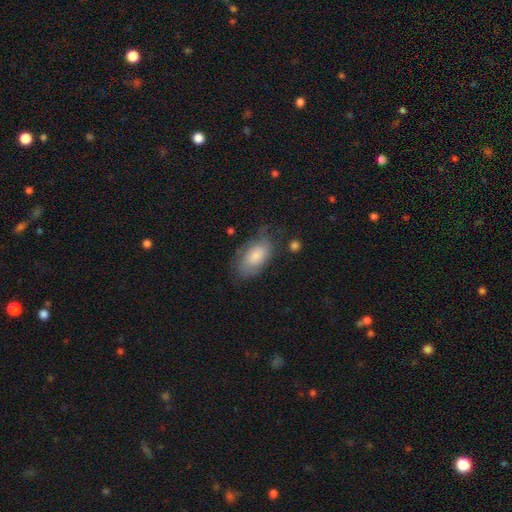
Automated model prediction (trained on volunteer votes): This is likely a smooth galaxy (72%). How rounded: clearly in between (93%). Merging: possibly none (56%).